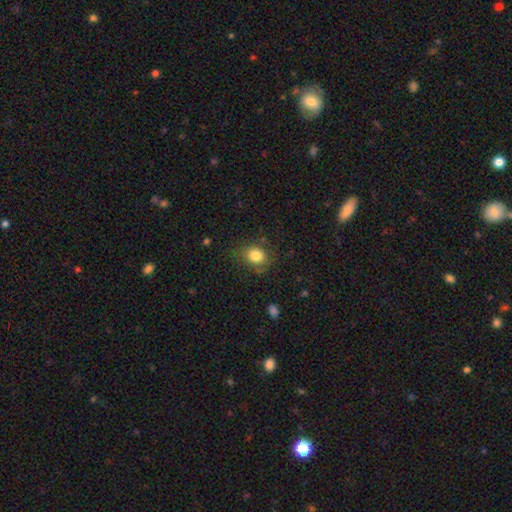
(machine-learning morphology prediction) smooth 82%, star or artifact 11%, featured or disk 8%. Down the decision tree: how rounded — round (59%); merging — none (75%).